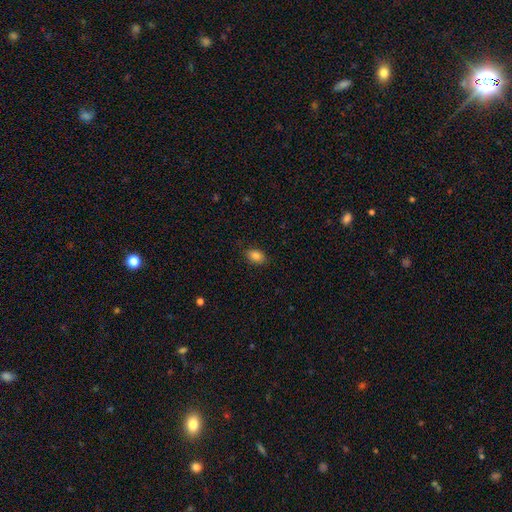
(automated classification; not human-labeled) Overall: smooth (86%). How rounded: in between (81%). Merging: none (84%).